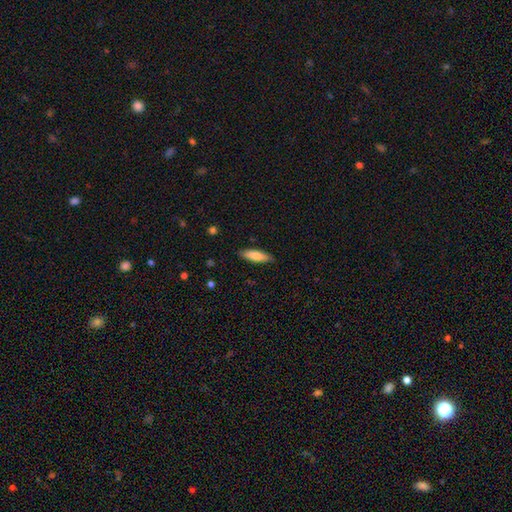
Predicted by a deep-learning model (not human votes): A smooth galaxy with no disk features (79%) that is cigar-shaped (58%). Merging: none (87%).